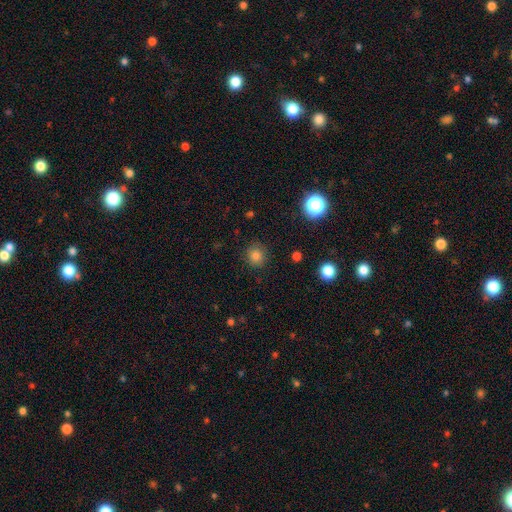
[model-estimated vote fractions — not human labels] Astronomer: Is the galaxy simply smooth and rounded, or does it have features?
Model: smooth — 82%.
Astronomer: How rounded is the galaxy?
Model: round — 89%.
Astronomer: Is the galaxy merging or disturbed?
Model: none — 88%.